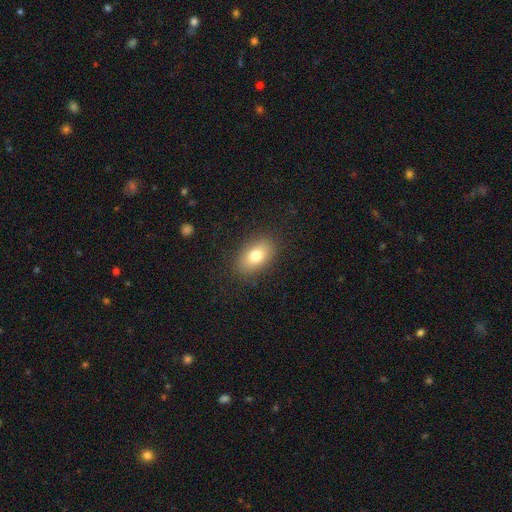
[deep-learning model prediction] Smooth or featured? Predicted: smooth (p=0.77). How rounded? Predicted: in between (p=0.88). Merging? Predicted: none (p=0.87).